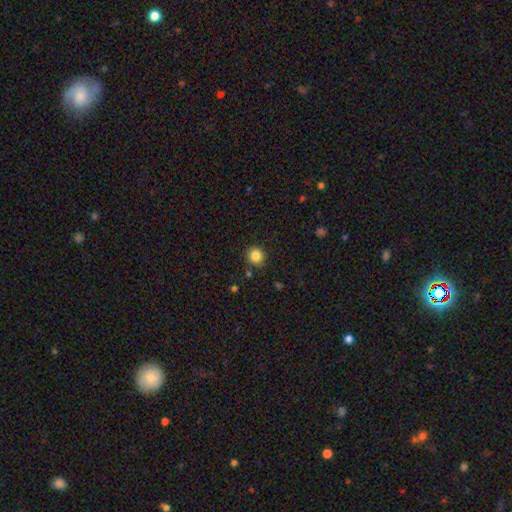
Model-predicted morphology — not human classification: Smooth or featured?
  - smooth: 83% *
  - star or artifact: 12%
  - featured or disk: 5%
How rounded?
  - round: 90% *
  - in between: 9%
  - cigar-shaped: 1%
Merging?
  - none: 88% *
  - minor disturbance: 7%
  - merger: 2%
  - major disturbance: 2%